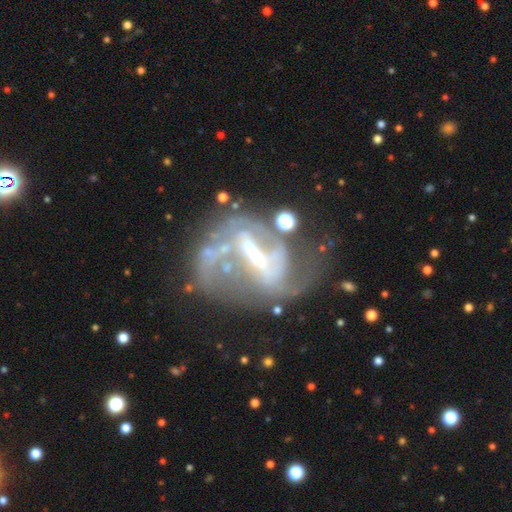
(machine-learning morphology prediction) Q: Smooth or featured?
A: featured or disk (82%); runner-up: star or artifact (10%)
Q: Edge-on disk?
A: no (95%); runner-up: yes (5%)
Q: Bar?
A: strong (58%); runner-up: weak (29%)
Q: Spiral arms?
A: yes (78%); runner-up: no (22%)
Q: Spiral winding?
A: medium (40%); runner-up: loose (38%)
Q: Spiral arm count?
A: 2 (57%); runner-up: can't tell (21%)
Q: Bulge size?
A: small (54%); runner-up: moderate (30%)
Q: Merging?
A: none (39%); runner-up: major disturbance (33%)